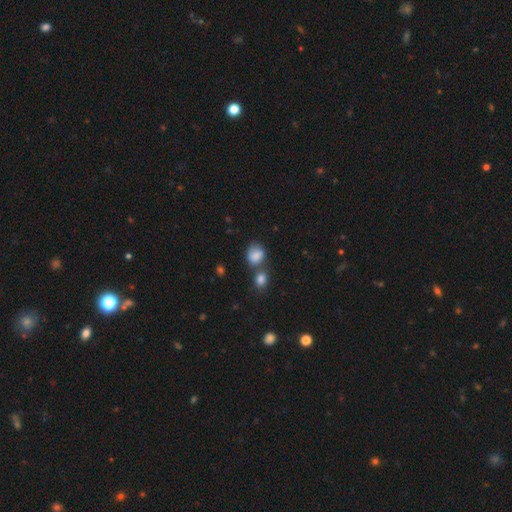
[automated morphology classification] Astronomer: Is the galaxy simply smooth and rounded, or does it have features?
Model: smooth — 81%.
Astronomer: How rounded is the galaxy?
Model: round — 53% (runner-up: in between, 46%).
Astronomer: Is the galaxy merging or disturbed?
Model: none — 44% (runner-up: merger, 32%).